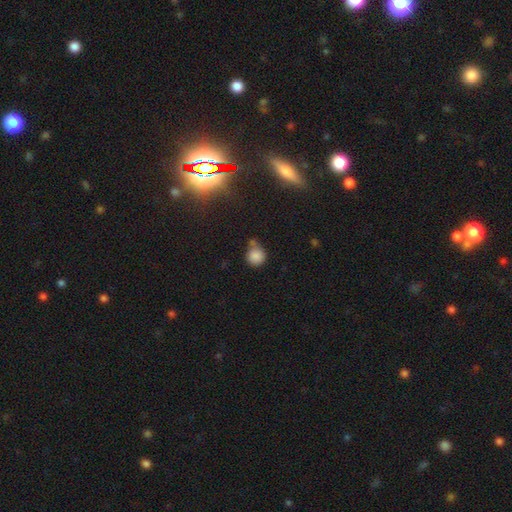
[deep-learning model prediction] A smooth galaxy with no disk features (82%) that is round (87%). Merging: none (50%).